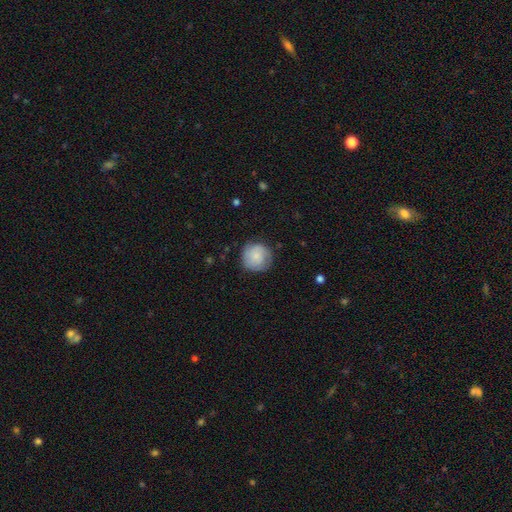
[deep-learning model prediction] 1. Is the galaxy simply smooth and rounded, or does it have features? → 65% smooth, 28% featured or disk, 7% star or artifact.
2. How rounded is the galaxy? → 92% round, 7% in between, 1% cigar-shaped.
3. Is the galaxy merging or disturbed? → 76% none, 18% minor disturbance, 5% major disturbance, 1% merger.